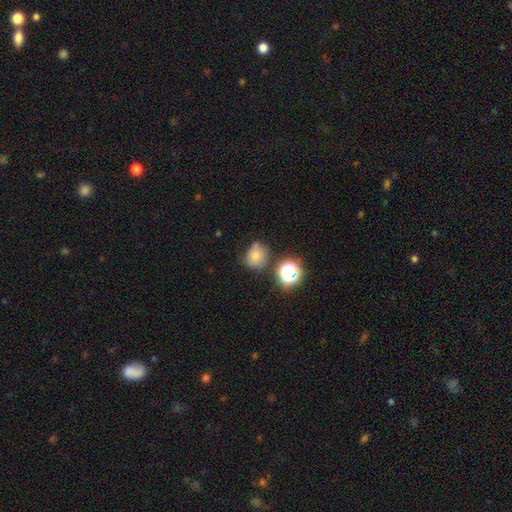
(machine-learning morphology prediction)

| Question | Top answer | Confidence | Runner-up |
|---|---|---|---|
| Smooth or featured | smooth | 54% | star or artifact (29%) |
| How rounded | round | 79% | in between (20%) |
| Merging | none | 70% | minor disturbance (18%) |